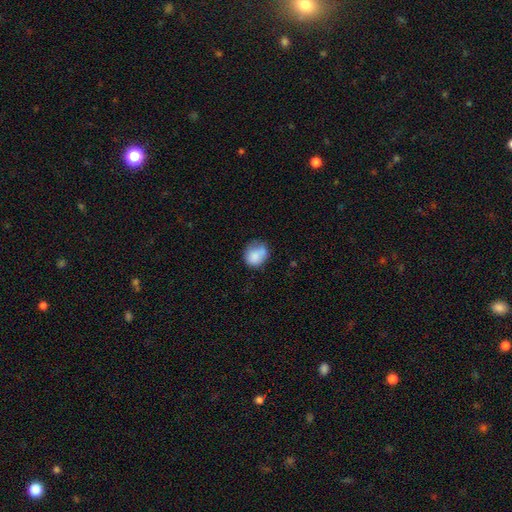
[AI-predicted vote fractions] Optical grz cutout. It shows a smooth galaxy with no disk features (80%) that is round (68%). Merging: none (50%).